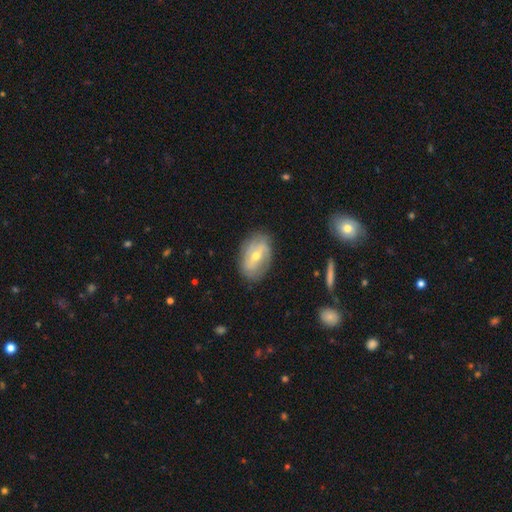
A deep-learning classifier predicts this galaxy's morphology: featured or disk 70%, smooth 22%, star or artifact 7%. Down the decision tree: edge-on disk — no (93%); bar — weak (41%); spiral arms — yes (73%); bulge size — moderate (54%); merging — none (78%).